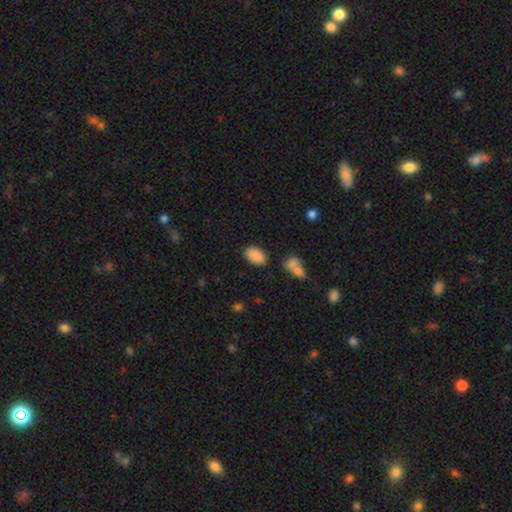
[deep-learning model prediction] Overall: smooth (88%). How rounded: in between (93%). Merging: none (79%).